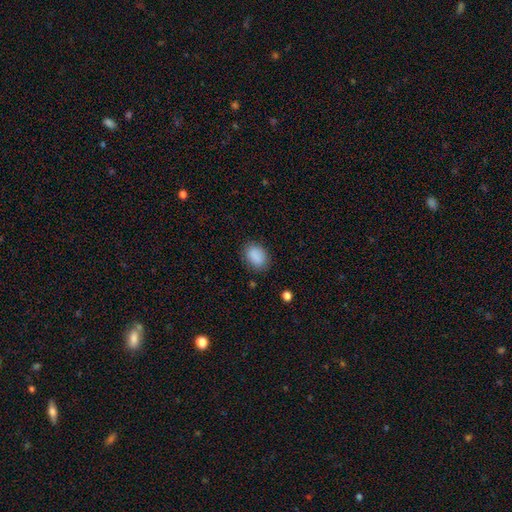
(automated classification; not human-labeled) The model was most divided on "how rounded": in between: 75%, round: 24%, cigar-shaped: 1%. More confident: smooth or featured — smooth (89%); merging — none (82%).